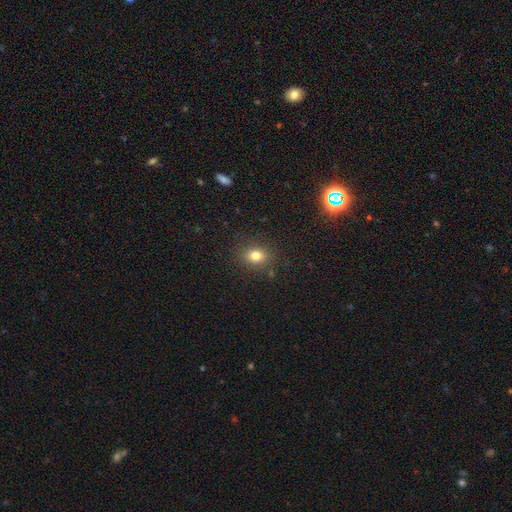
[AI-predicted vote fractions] This is likely a smooth galaxy (79%). How rounded: possibly round (50%). Merging: clearly none (86%).